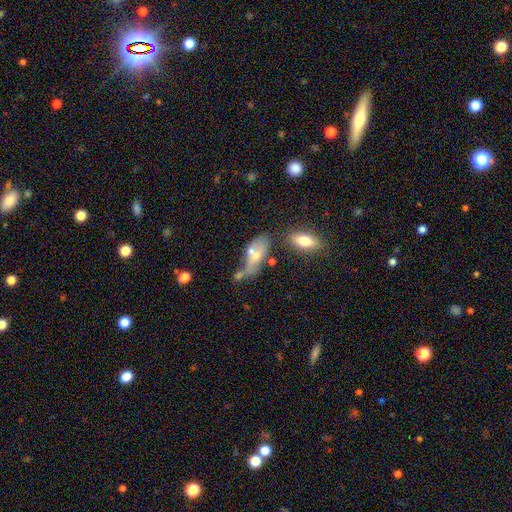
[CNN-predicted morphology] This appears to be a smooth galaxy with no disk features (50%). Merging: none (31%).